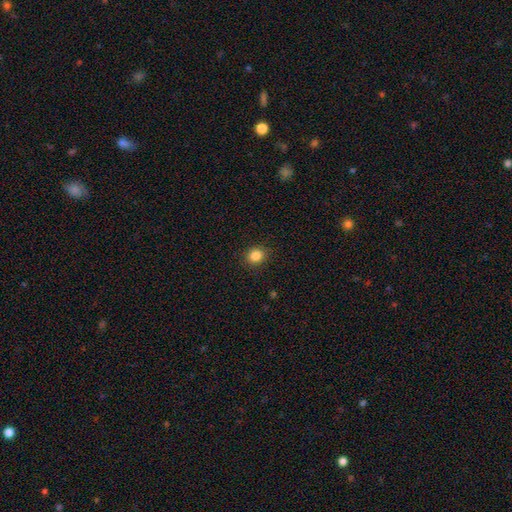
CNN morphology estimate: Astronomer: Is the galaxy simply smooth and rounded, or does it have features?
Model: smooth — 85%.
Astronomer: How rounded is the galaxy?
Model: round — 70%.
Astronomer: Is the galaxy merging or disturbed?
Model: none — 89%.